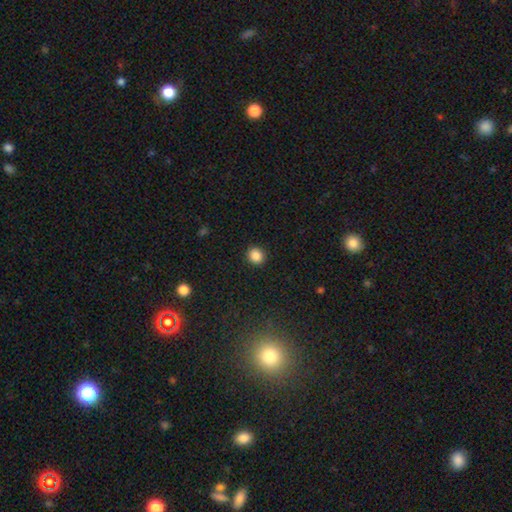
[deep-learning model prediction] The model was most divided on "how rounded": round: 79%, in between: 20%, cigar-shaped: 1%. More confident: merging — none (91%); smooth or featured — smooth (87%).